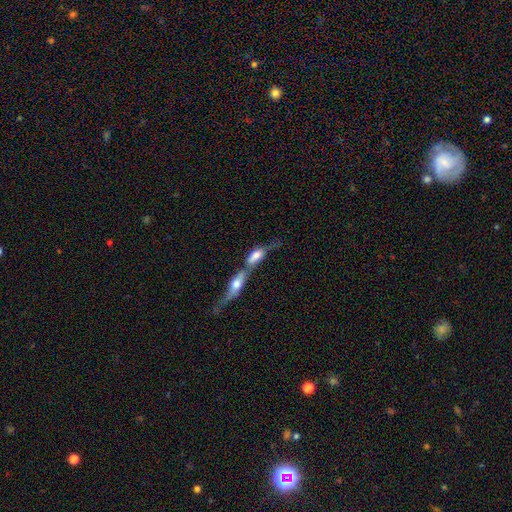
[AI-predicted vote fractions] This is possibly a smooth galaxy (51%). How rounded: likely in between (65%). Merging: likely merger (71%).